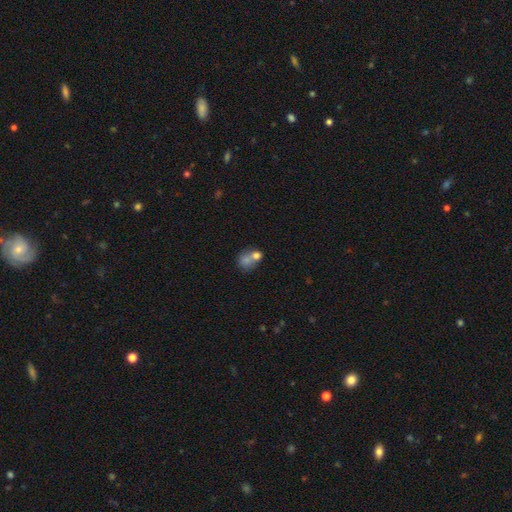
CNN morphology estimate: Smooth or featured? smooth (61%)
How rounded? round (61%)
Merging? none (42%)